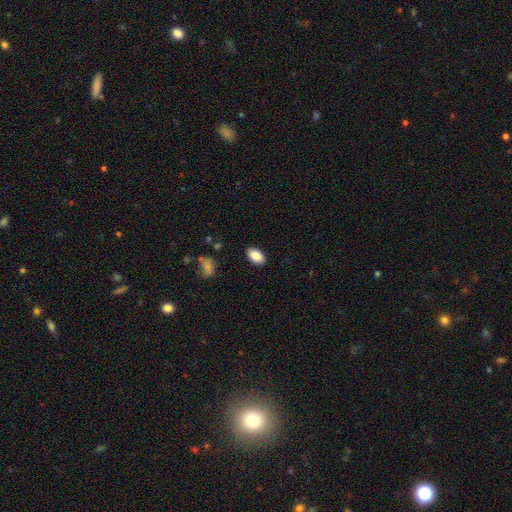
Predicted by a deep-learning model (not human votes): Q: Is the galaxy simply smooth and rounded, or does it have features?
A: smooth — 87%.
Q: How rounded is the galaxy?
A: in between — 93%.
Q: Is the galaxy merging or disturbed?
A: none — 88%.